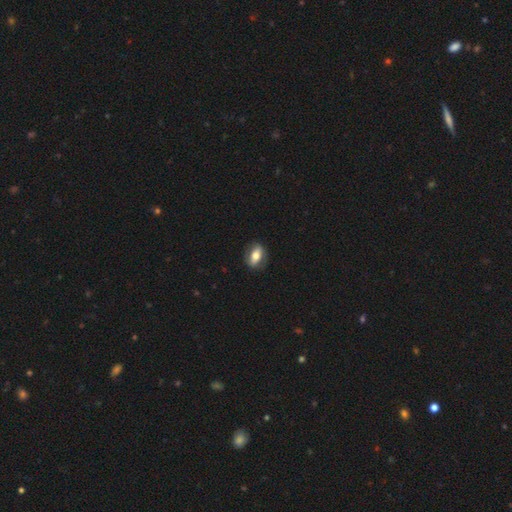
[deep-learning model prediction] Smooth or featured: smooth — 60% (featured or disk — 33%)
How rounded: in between — 80% (round — 14%)
Merging: none — 83% (minor disturbance — 12%)